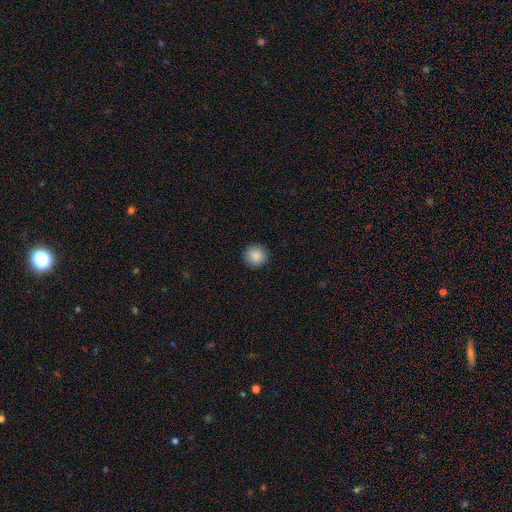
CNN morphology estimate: A smooth galaxy with no disk features (88%) that is round (94%).

Vote fractions:
- Smooth or featured? smooth: 88% / star or artifact: 8% / featured or disk: 3%
- How rounded? round: 94% / in between: 5% / cigar-shaped: 1%
- Merging? none: 91% / minor disturbance: 6% / major disturbance: 2% / merger: 1%